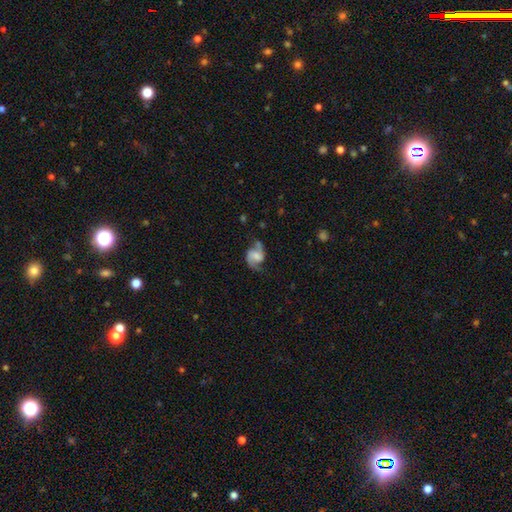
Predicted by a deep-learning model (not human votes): Smooth or featured?
  - featured or disk: 80% *
  - smooth: 13%
  - star or artifact: 7%
Edge-on disk?
  - no: 98% *
  - yes: 2%
Bar?
  - weak: 45% *
  - no: 37%
  - strong: 18%
Spiral arms?
  - yes: 95% *
  - no: 5%
Spiral winding?
  - loose: 46% *
  - medium: 43%
  - tight: 11%
Spiral arm count?
  - 2: 90% *
  - 1: 5%
  - can't tell: 3%
  - 3: 1%
  - 4: 1%
  - more than 4: 1%
Bulge size?
  - none: 30% *
  - moderate: 28%
  - small: 26%
  - large: 14%
  - dominant: 3%
Merging?
  - none: 65% *
  - minor disturbance: 20%
  - major disturbance: 12%
  - merger: 3%